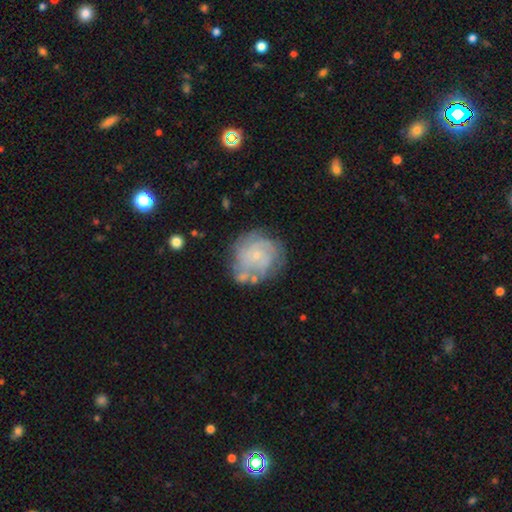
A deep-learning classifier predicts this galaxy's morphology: The model was most divided on "spiral arm count": can't tell: 46%, 3: 17%, 2: 13%, 4: 13%, more than 4: 6%, 1: 6%. More confident: edge-on disk — no (98%); spiral arms — yes (83%); bulge size — small (81%); bar — no (79%); smooth or featured — featured or disk (69%); merging — none (65%); spiral winding — tight (65%).